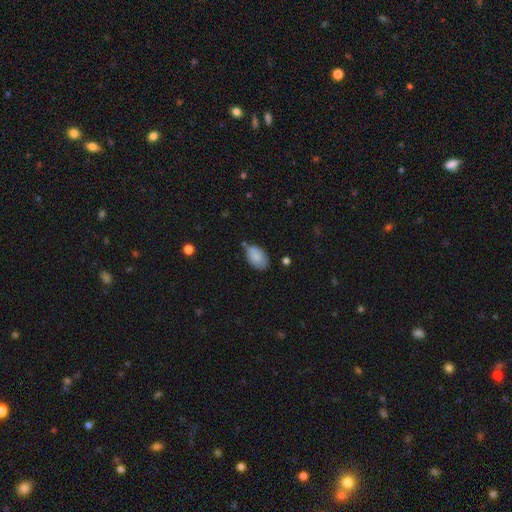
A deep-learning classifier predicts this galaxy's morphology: A smooth galaxy with no disk features (86%) that is in between round and cigar-shaped (92%). Merging: none (66%).